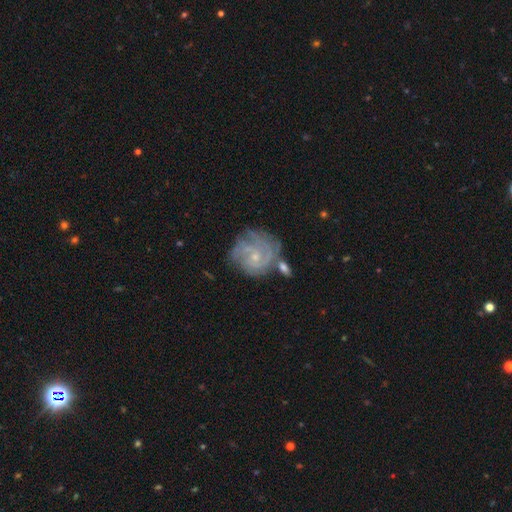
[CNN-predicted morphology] This appears to be a featured or disk galaxy (79%) with no bar (70%), tight (65%) spiral arms (92%) and a small central bulge (73%). Merging: none (58%).